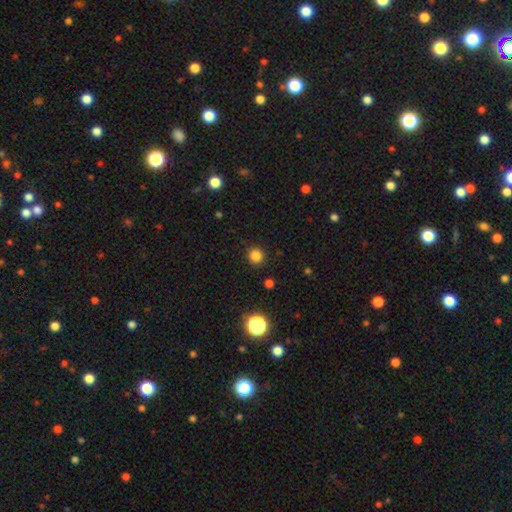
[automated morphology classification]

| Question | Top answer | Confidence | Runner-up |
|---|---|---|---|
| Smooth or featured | smooth | 83% | star or artifact (14%) |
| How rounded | round | 93% | in between (6%) |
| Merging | none | 91% | minor disturbance (6%) |